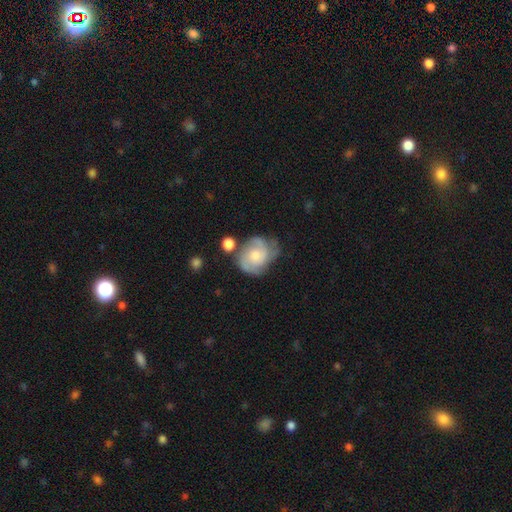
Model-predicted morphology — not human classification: This is likely a featured or disk galaxy (69%). It is clearly not viewed edge-on (98%). Bar: likely no (74%). Spiral arm pattern: clearly yes (90%). Spiral arm count: marginally 2 (37%). Spiral winding: marginally tight (44%). Central bulge: possibly moderate (45%). Merging: possibly none (54%).